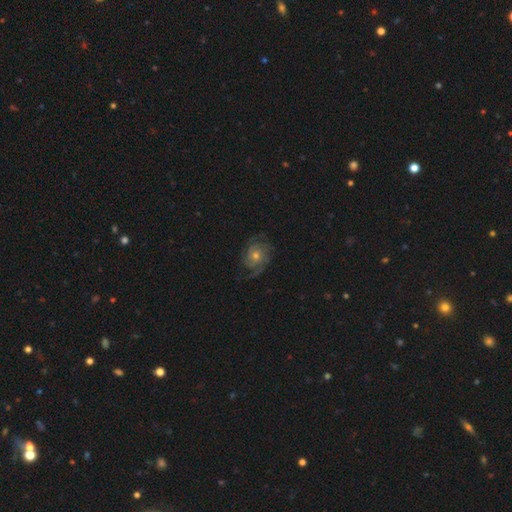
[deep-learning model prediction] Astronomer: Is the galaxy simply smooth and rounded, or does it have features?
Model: featured or disk — 78%.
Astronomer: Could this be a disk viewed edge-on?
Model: no — 97%.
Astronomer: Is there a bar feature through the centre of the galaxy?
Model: no — 79%.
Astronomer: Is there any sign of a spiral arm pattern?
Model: yes — 95%.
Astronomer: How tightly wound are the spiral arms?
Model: tight — 52% (runner-up: medium, 37%).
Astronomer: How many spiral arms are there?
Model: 3 — 29% (runner-up: can't tell, 24%).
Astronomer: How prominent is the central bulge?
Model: moderate — 52% (runner-up: small, 42%).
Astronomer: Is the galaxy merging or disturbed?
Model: none — 74%.